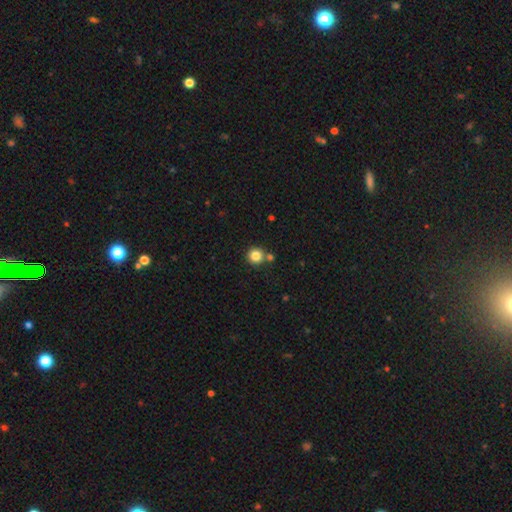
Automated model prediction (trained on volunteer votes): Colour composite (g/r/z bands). It shows a smooth galaxy with no disk features (84%) that is round (95%). Merging: none (77%).